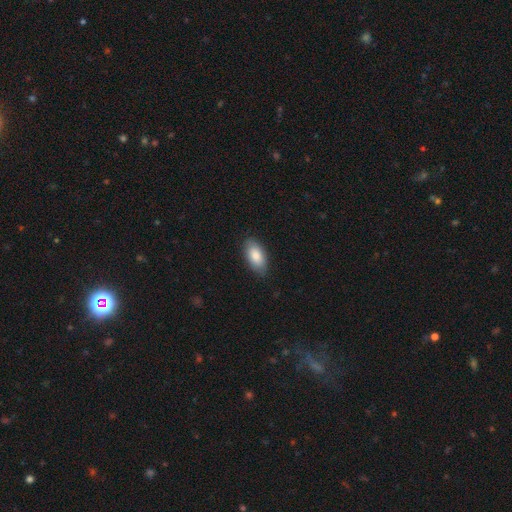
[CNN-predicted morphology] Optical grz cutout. It shows a smooth galaxy with no disk features (85%) that is in between round and cigar-shaped (92%). Merging: none (85%).